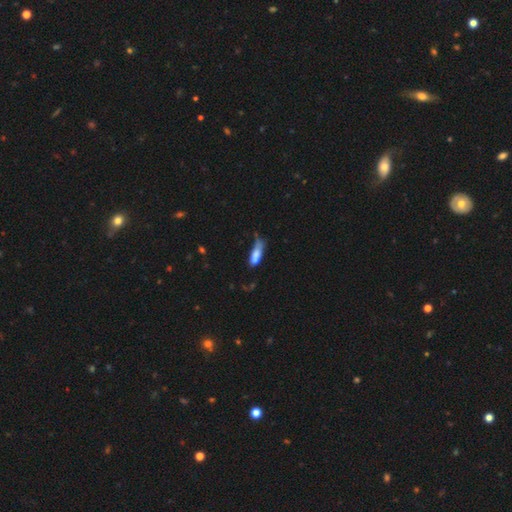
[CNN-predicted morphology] smooth-or-featured: smooth: 71% | featured or disk: 19% | star or artifact: 9%
  how-rounded: in between: 50% | cigar-shaped: 48% | round: 2%
  merging: minor disturbance: 33% | none: 30% | major disturbance: 22% | merger: 15%